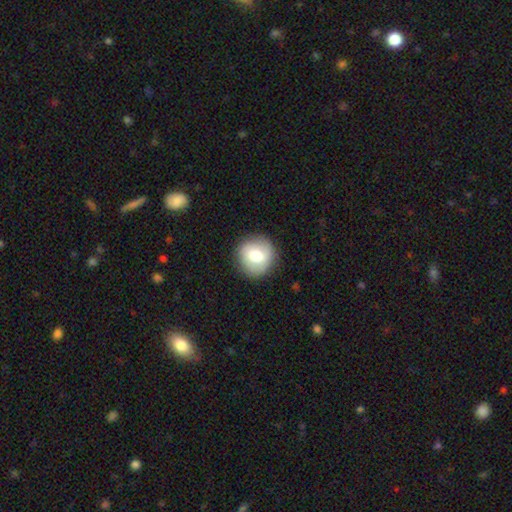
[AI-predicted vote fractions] Smooth or featured: smooth — 69% (featured or disk — 23%)
How rounded: round — 92% (in between — 7%)
Merging: none — 88% (minor disturbance — 9%)